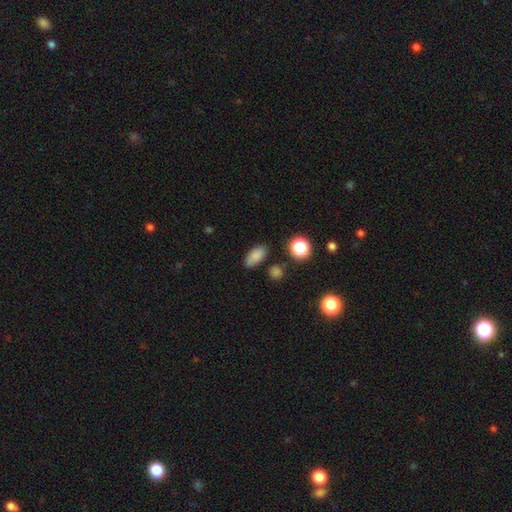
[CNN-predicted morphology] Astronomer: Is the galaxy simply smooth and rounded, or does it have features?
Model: smooth — 82%.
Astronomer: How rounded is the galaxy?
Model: in between — 87%.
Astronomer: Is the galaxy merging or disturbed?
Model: none — 74%.